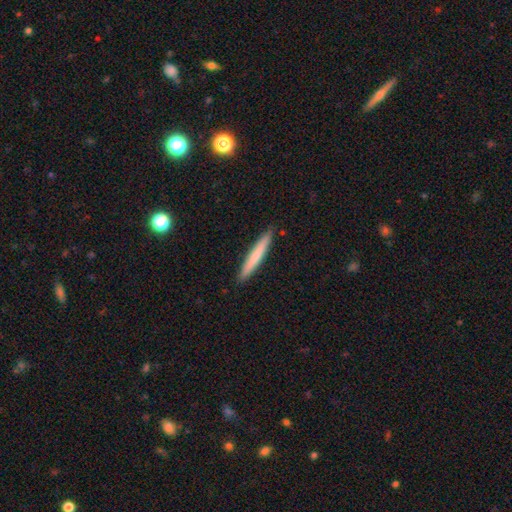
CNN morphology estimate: Smooth or featured?
  - smooth: 69% *
  - featured or disk: 25%
  - star or artifact: 6%
How rounded?
  - cigar-shaped: 95% *
  - in between: 3%
  - round: 1%
Merging?
  - none: 91% *
  - minor disturbance: 6%
  - major disturbance: 1%
  - merger: 1%